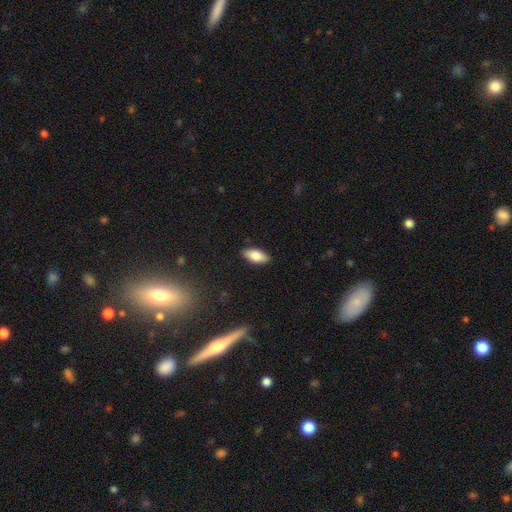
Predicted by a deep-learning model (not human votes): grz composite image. It shows a smooth galaxy with no disk features (80%) that is in between round and cigar-shaped (88%). Merging: none (89%).